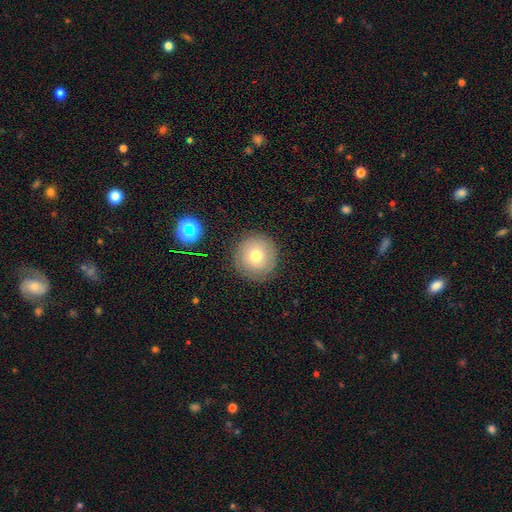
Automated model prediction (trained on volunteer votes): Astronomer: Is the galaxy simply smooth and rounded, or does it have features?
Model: smooth — 69%.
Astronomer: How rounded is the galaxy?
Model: round — 95%.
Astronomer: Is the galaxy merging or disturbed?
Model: none — 87%.